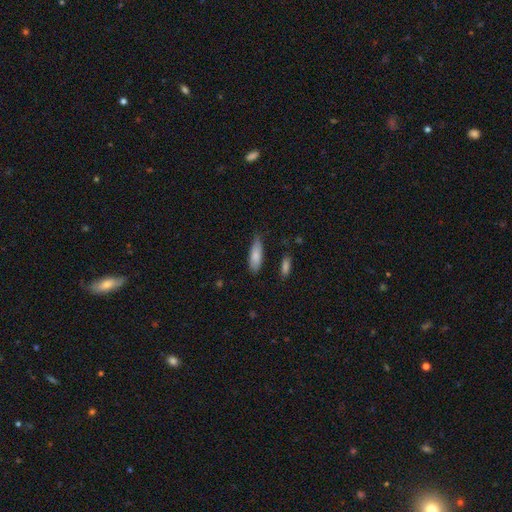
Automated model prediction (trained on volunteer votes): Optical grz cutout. It shows a smooth galaxy with no disk features (81%) that is in between round and cigar-shaped (60%). Merging: none (69%).